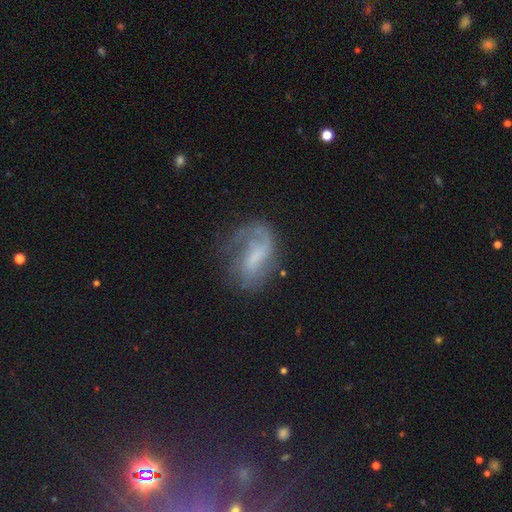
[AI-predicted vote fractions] A featured or disk galaxy (69%) with a weak bar (45%), 1 (44%) loose (48%) spiral arms (83%) and no central bulge (44%). Merging: none (48%).